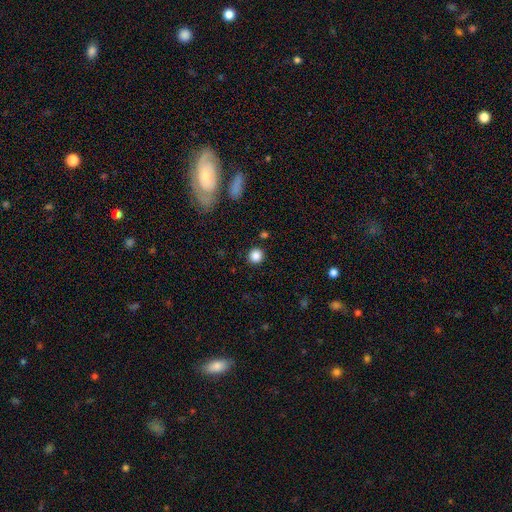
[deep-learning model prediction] A smooth galaxy with no disk features (85%) that is round (93%).

Vote fractions:
- Smooth or featured? smooth: 85% / star or artifact: 11% / featured or disk: 4%
- How rounded? round: 93% / in between: 6% / cigar-shaped: 1%
- Merging? none: 90% / minor disturbance: 6% / major disturbance: 2% / merger: 2%